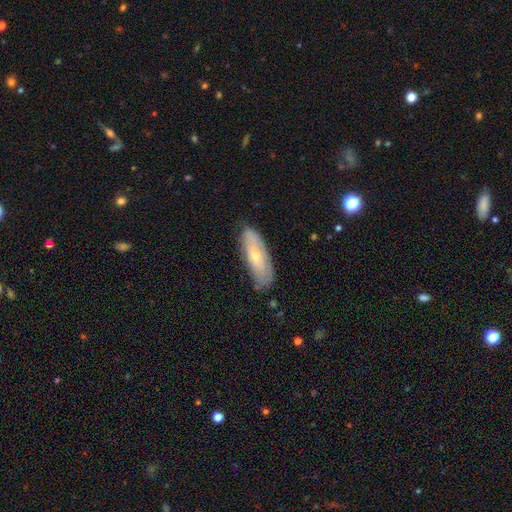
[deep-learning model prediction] smooth 58%, featured or disk 35%, star or artifact 6%. Down the decision tree: how rounded — in between (58%); merging — none (76%).